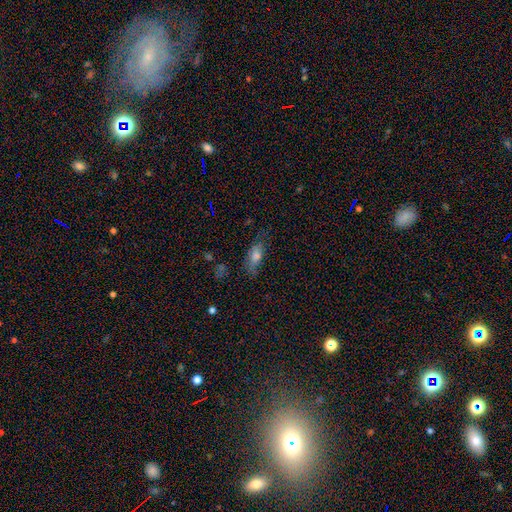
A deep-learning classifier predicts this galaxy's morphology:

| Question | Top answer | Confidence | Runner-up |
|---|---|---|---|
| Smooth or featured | smooth | 58% | featured or disk (28%) |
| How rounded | in between | 68% | cigar-shaped (26%) |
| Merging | none | 68% | minor disturbance (21%) |